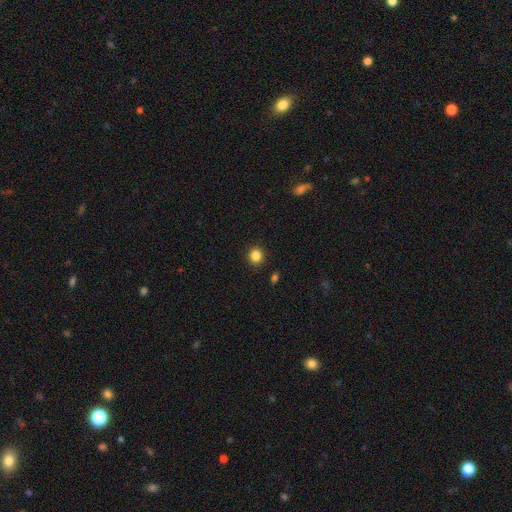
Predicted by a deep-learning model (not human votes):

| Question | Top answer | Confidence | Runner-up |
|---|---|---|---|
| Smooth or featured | smooth | 85% | star or artifact (11%) |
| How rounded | round | 84% | in between (15%) |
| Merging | none | 91% | minor disturbance (6%) |